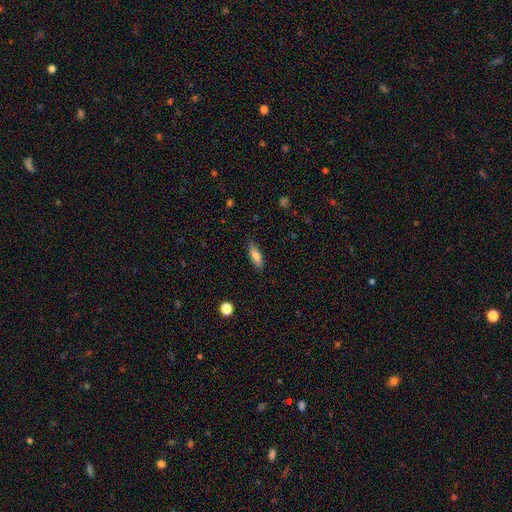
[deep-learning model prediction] This appears to be a smooth galaxy with no disk features (80%) that is in between round and cigar-shaped (53%). Merging: none (85%).